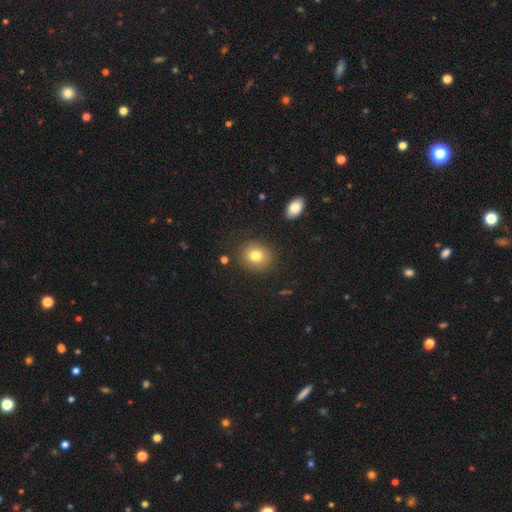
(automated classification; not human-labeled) Smooth or featured?
  - smooth: 80% *
  - star or artifact: 10%
  - featured or disk: 10%
How rounded?
  - round: 70% *
  - in between: 30%
  - cigar-shaped: 1%
Merging?
  - none: 86% *
  - minor disturbance: 9%
  - major disturbance: 3%
  - merger: 2%